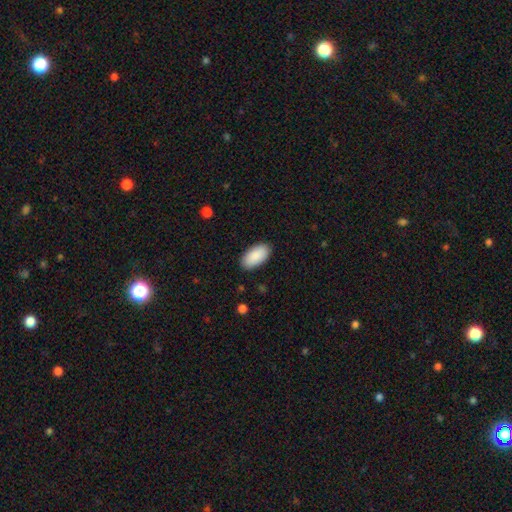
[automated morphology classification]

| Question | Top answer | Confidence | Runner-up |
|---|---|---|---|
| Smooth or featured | smooth | 90% | star or artifact (6%) |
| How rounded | in between | 96% | cigar-shaped (2%) |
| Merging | none | 89% | minor disturbance (8%) |